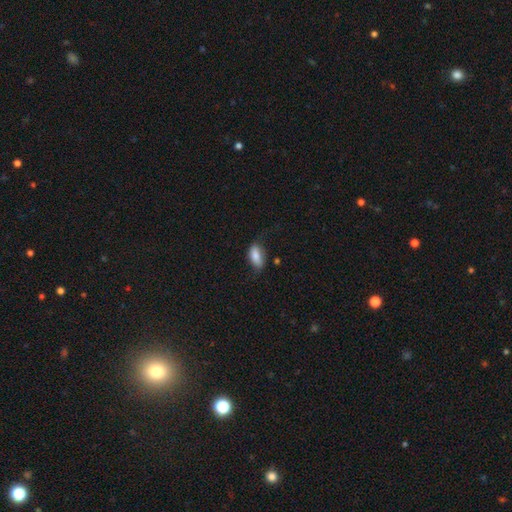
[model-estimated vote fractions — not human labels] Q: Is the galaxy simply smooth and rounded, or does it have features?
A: smooth — 78%.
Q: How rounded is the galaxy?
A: in between — 90%.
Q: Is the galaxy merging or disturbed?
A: none — 59%.